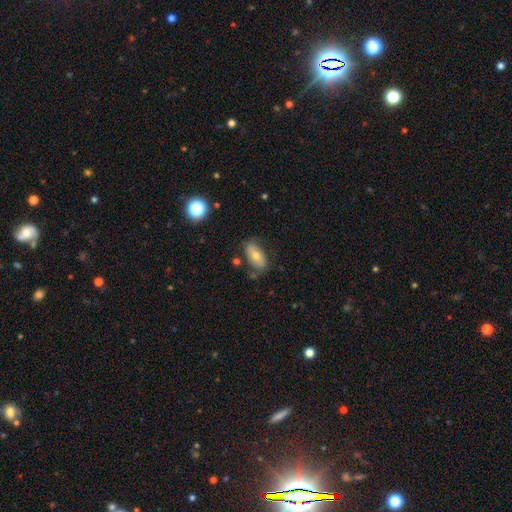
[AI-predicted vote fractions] Overall: smooth (61%; featured or disk 31%). How rounded: in between (90%). Merging: none (69%).